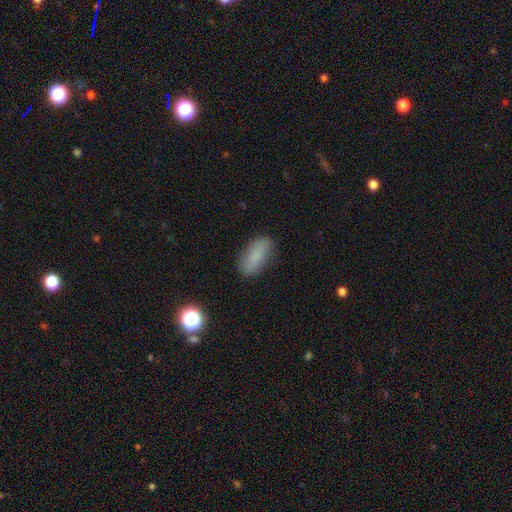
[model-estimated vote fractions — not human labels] Q: Smooth or featured?
A: smooth (83%); runner-up: star or artifact (9%)
Q: How rounded?
A: in between (77%); runner-up: cigar-shaped (19%)
Q: Merging?
A: none (83%); runner-up: minor disturbance (12%)